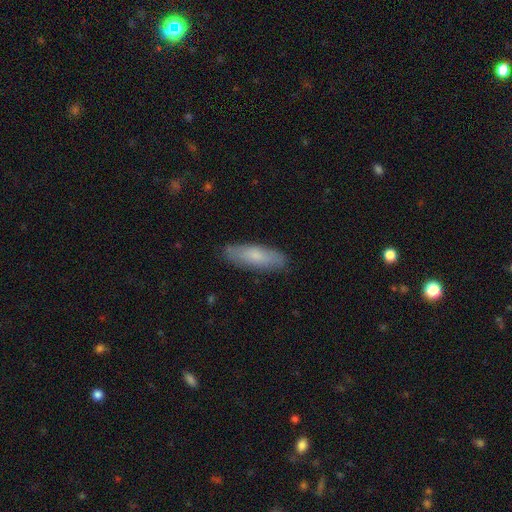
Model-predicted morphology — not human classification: smooth 74%, featured or disk 20%, star or artifact 6%. Down the decision tree: how rounded — cigar-shaped (53%); merging — none (86%).